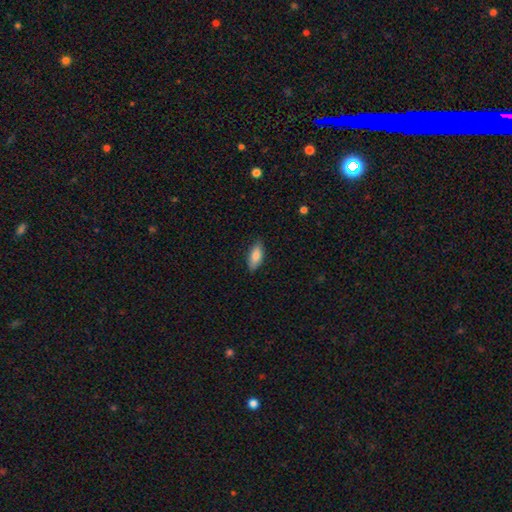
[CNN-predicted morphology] Smooth or featured?
  - smooth: 83% *
  - featured or disk: 11%
  - star or artifact: 6%
How rounded?
  - in between: 82% *
  - cigar-shaped: 16%
  - round: 2%
Merging?
  - none: 83% *
  - minor disturbance: 14%
  - major disturbance: 2%
  - merger: 1%